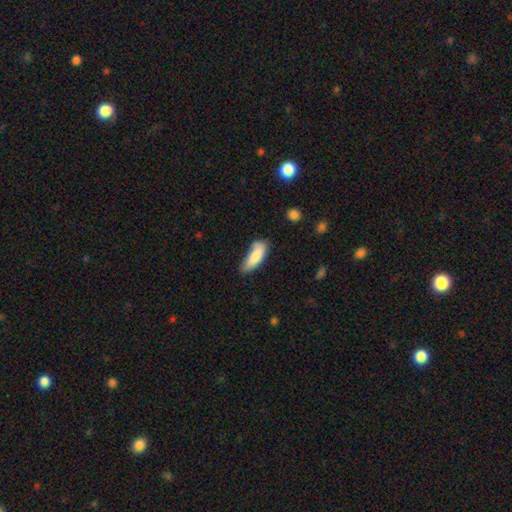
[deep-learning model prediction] smooth 82%, featured or disk 11%, star or artifact 6%. Down the decision tree: how rounded — in between (66%); merging — none (51%).